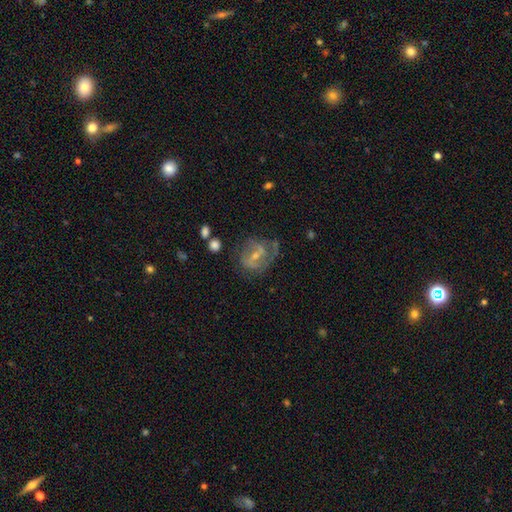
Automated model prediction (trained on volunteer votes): Smooth or featured?
  - featured or disk: 67% *
  - smooth: 23%
  - star or artifact: 9%
Edge-on disk?
  - no: 96% *
  - yes: 4%
Bar?
  - weak: 47% *
  - no: 29%
  - strong: 25%
Spiral arms?
  - yes: 71% *
  - no: 29%
Bulge size?
  - small: 54% *
  - moderate: 39%
  - none: 5%
  - large: 2%
  - dominant: 1%
Merging?
  - none: 51% *
  - minor disturbance: 24%
  - major disturbance: 19%
  - merger: 5%